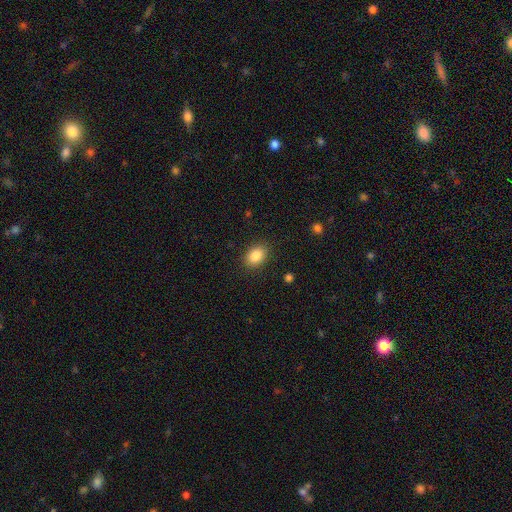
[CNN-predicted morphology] The model was most divided on "how rounded": in between: 79%, round: 20%, cigar-shaped: 1%. More confident: merging — none (87%); smooth or featured — smooth (87%).